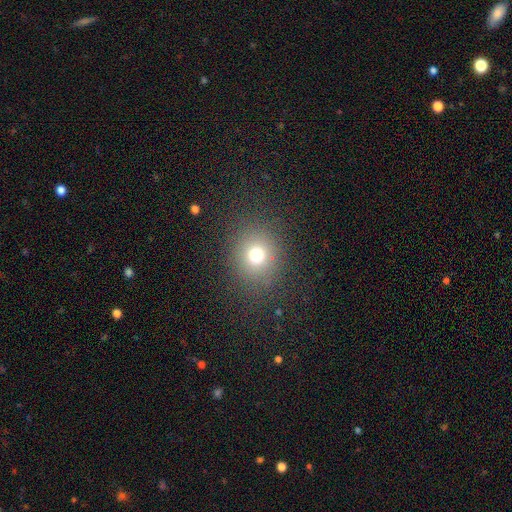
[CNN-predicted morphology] Smooth or featured? Predicted: smooth (p=0.73). How rounded? Predicted: round (p=0.77). Merging? Predicted: none (p=0.88).